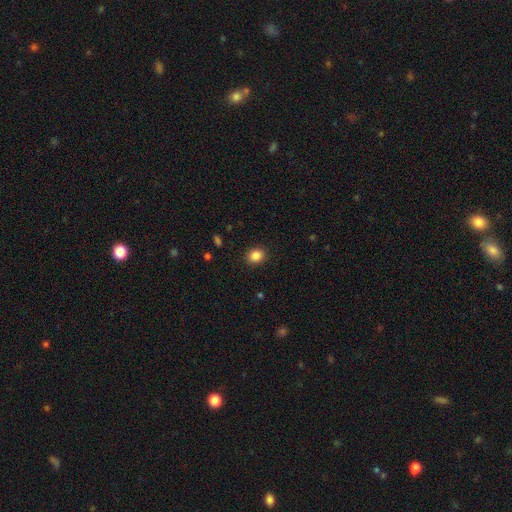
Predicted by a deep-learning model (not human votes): The model was most divided on "how rounded": round: 54%, in between: 45%, cigar-shaped: 1%. More confident: merging — none (90%); smooth or featured — smooth (86%).